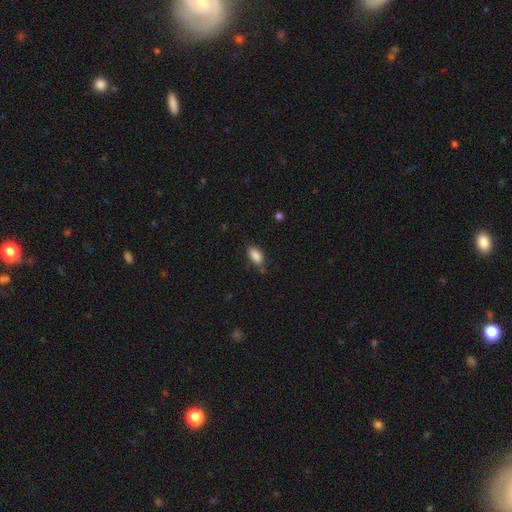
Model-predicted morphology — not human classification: Smooth or featured? smooth (87%)
How rounded? in between (91%)
Merging? none (73%)